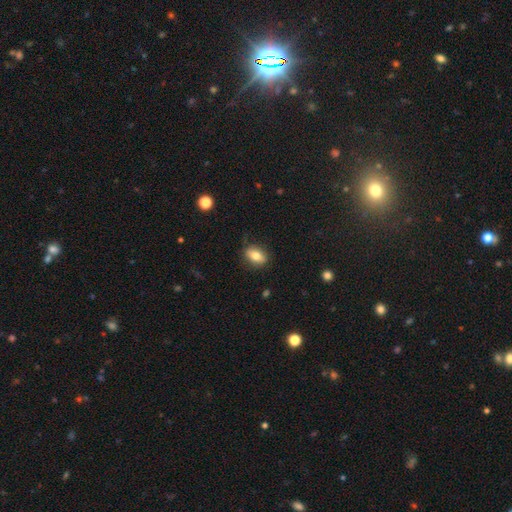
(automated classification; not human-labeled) Smooth or featured?
  - smooth: 78% *
  - featured or disk: 14%
  - star or artifact: 8%
How rounded?
  - in between: 83% *
  - round: 13%
  - cigar-shaped: 4%
Merging?
  - none: 79% *
  - minor disturbance: 16%
  - major disturbance: 4%
  - merger: 1%